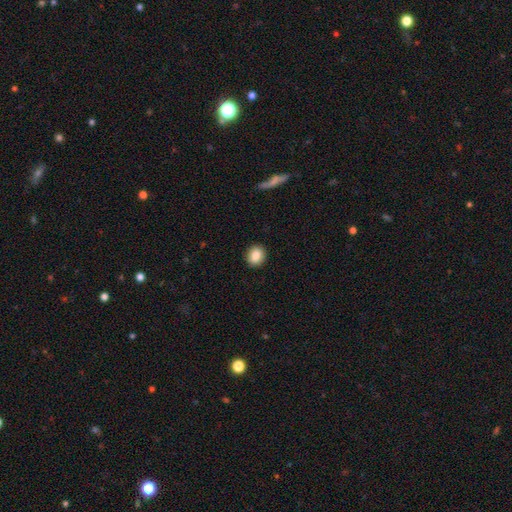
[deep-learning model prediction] Smooth or featured? smooth (86%)
How rounded? round (71%)
Merging? none (91%)